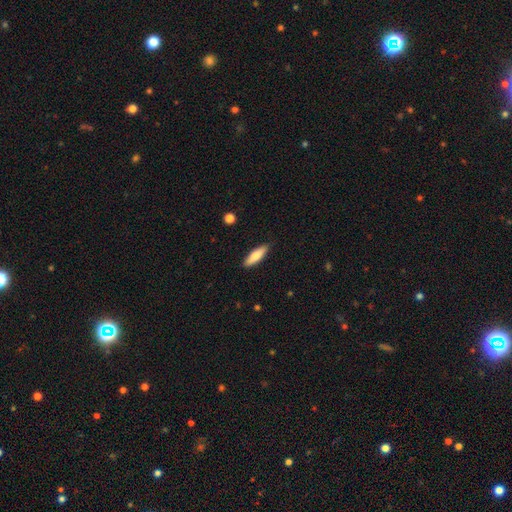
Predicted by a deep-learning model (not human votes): Q: Smooth or featured?
A: smooth (76%); runner-up: featured or disk (18%)
Q: How rounded?
A: cigar-shaped (53%); runner-up: in between (45%)
Q: Merging?
A: none (88%); runner-up: minor disturbance (9%)